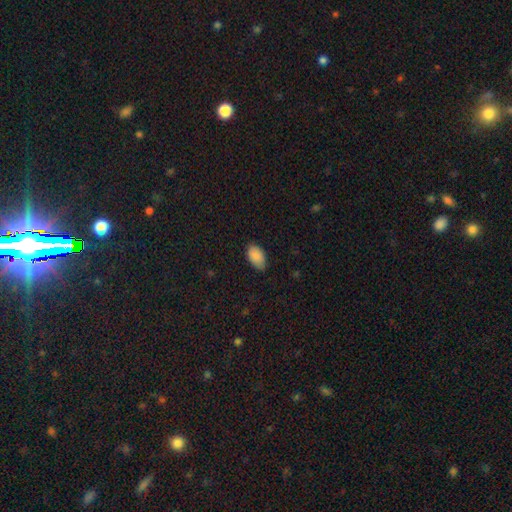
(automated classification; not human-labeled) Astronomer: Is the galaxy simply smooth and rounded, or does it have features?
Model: smooth — 89%.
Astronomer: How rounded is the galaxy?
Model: in between — 94%.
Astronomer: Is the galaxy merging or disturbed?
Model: none — 78%.